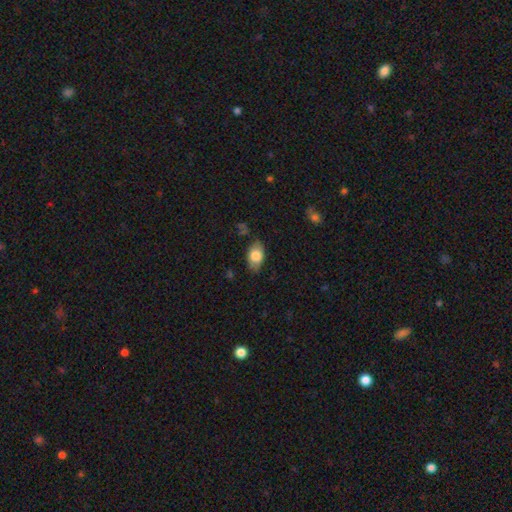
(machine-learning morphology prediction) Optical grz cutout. It shows a smooth galaxy with no disk features (78%) that is in between round and cigar-shaped (91%). Merging: none (78%).